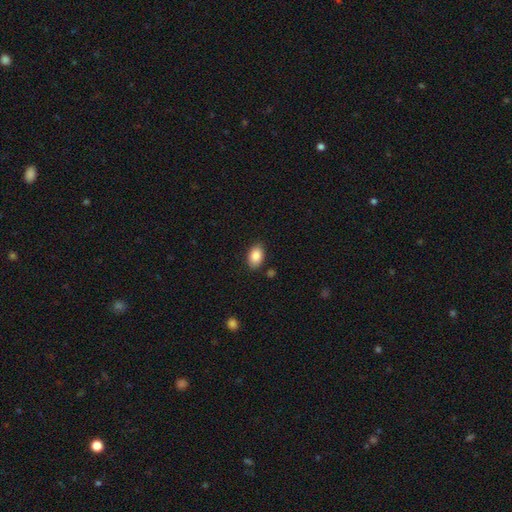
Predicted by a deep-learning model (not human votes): This is clearly a smooth galaxy (87%). How rounded: clearly in between (89%). Merging: clearly none (85%).